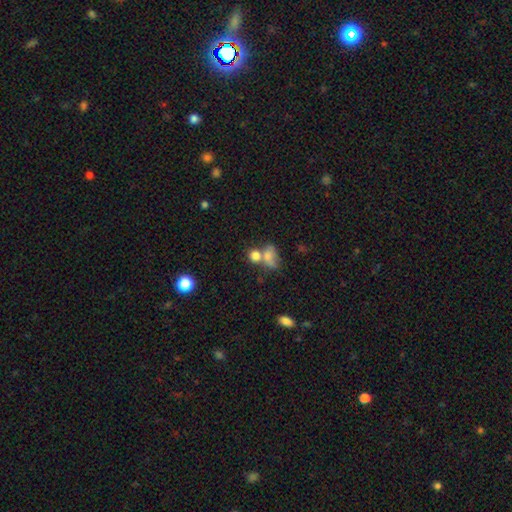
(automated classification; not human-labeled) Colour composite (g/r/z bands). It shows a smooth galaxy with no disk features (77%) that is round (61%). Merging: merger (50%).